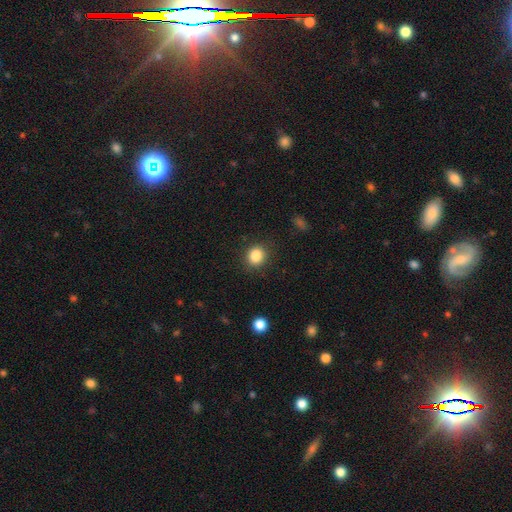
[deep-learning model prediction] smooth-or-featured: smooth: 85% | star or artifact: 10% | featured or disk: 4%
  how-rounded: round: 76% | in between: 23% | cigar-shaped: 1%
  merging: none: 87% | minor disturbance: 9% | major disturbance: 3% | merger: 1%